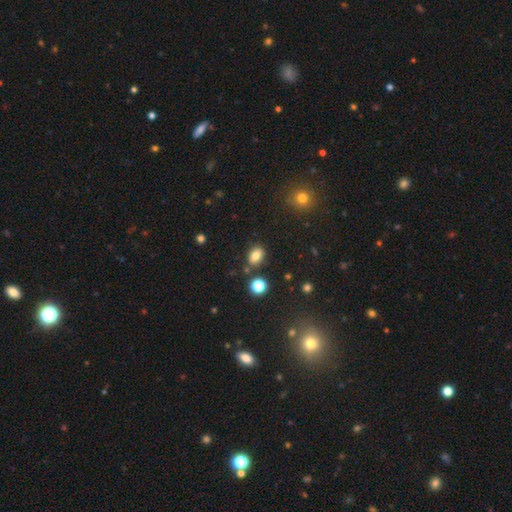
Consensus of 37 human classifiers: Smooth or featured: smooth — 86% (star or artifact — 8%)
How rounded: in between — 81% (round — 19%)
Merging: none — 88% (minor disturbance — 6%)